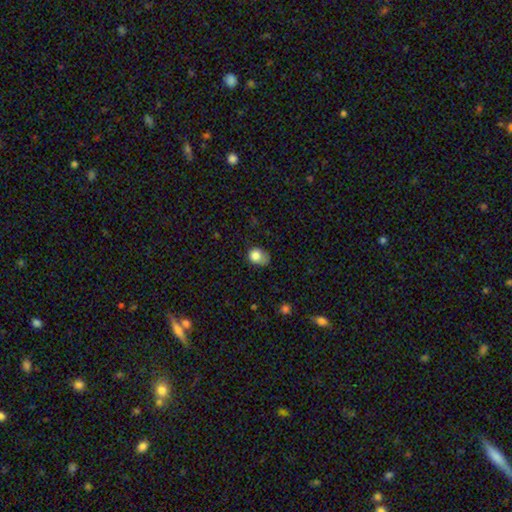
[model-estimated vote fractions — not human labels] A smooth galaxy with no disk features (82%) that is round (52%). Merging: minor disturbance (42%).